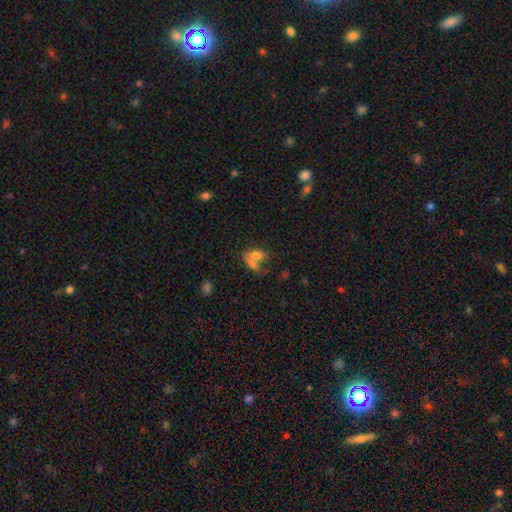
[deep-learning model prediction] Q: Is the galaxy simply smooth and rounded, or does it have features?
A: smooth — 69%.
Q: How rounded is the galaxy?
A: in between — 80%.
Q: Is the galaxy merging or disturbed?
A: merger — 53%.